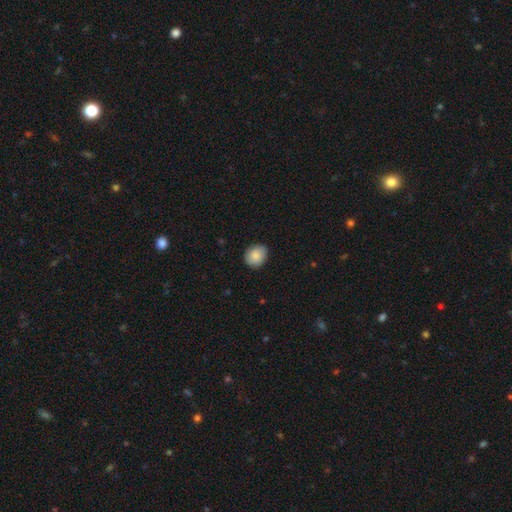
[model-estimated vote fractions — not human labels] Morphology: type=smooth (87%); roundness=round (69%); merging=none (85%).